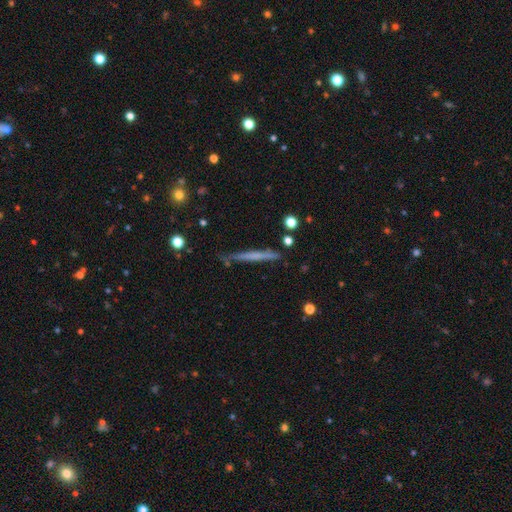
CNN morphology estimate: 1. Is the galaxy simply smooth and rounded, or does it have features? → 49% smooth, 44% featured or disk, 7% star or artifact.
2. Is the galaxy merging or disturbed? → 81% none, 14% minor disturbance, 3% merger, 3% major disturbance.